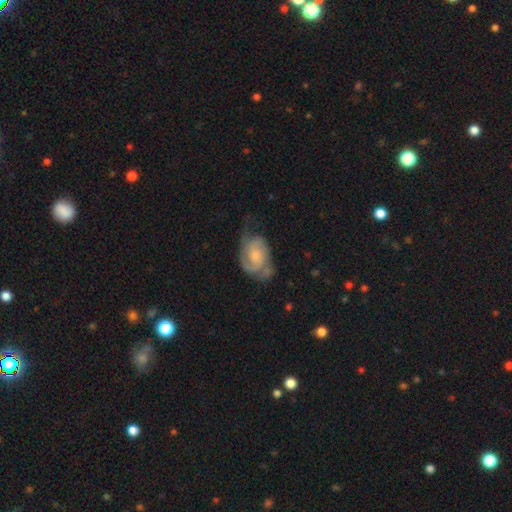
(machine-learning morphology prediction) This appears to be a featured or disk galaxy (76%) with no bar (67%), 2 (66%) medium (43%) spiral arms (93%) and a moderate central bulge (42%). Merging: none (49%).